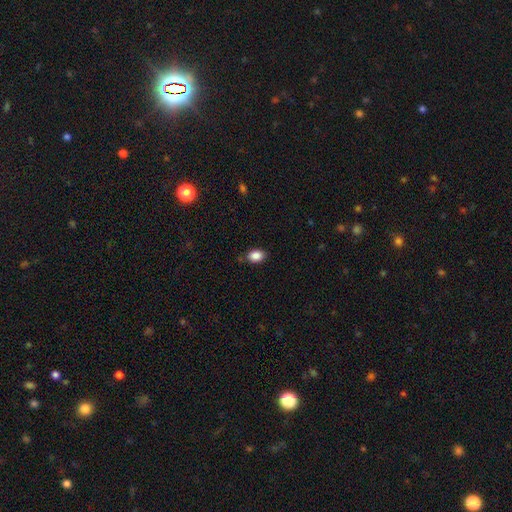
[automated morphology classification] Overall: smooth (87%). How rounded: in between (82%). Merging: none (82%).